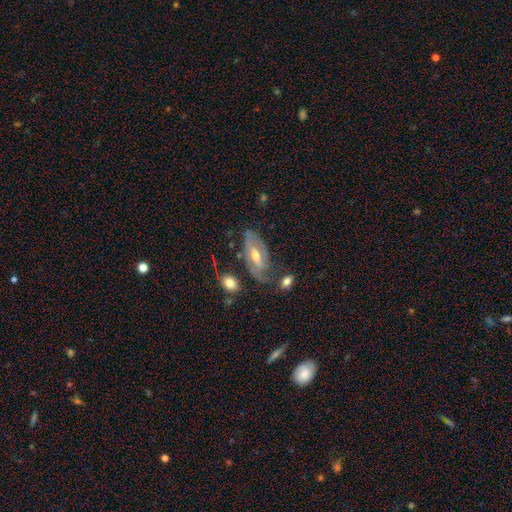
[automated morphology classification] featured or disk 72%, smooth 22%, star or artifact 7%. Down the decision tree: edge-on disk — no (87%); bar — weak (42%); spiral arms — yes (74%); bulge size — moderate (67%); merging — none (59%).